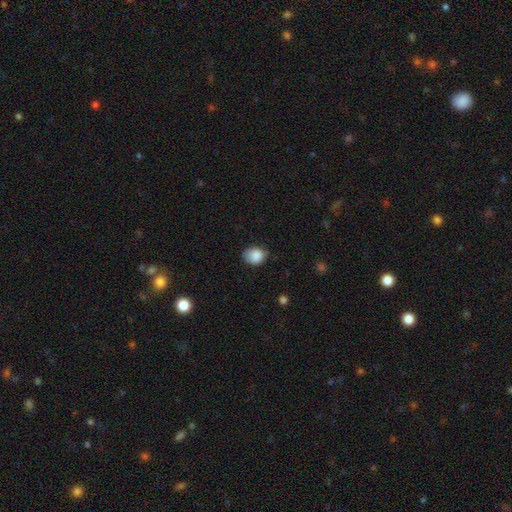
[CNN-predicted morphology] A smooth galaxy with no disk features (87%) that is round (58%).

Vote fractions:
- Smooth or featured? smooth: 87% / star or artifact: 9% / featured or disk: 4%
- How rounded? round: 58% / in between: 41% / cigar-shaped: 1%
- Merging? none: 67% / minor disturbance: 27% / major disturbance: 4% / merger: 1%